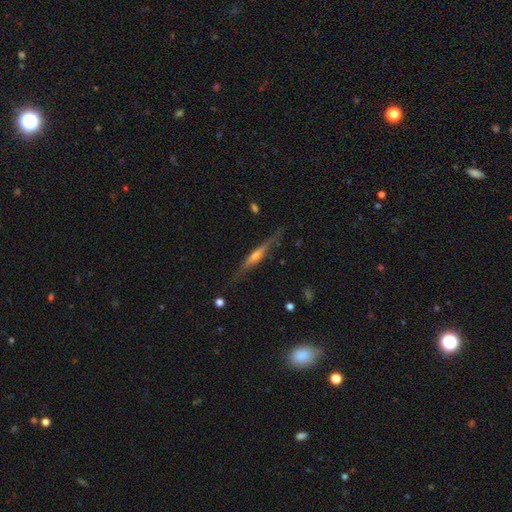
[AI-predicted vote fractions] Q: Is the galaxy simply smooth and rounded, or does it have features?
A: featured or disk — 69%.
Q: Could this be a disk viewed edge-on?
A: yes — 94%.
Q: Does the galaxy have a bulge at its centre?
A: rounded — 66%.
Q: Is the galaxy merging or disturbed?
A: none — 78%.